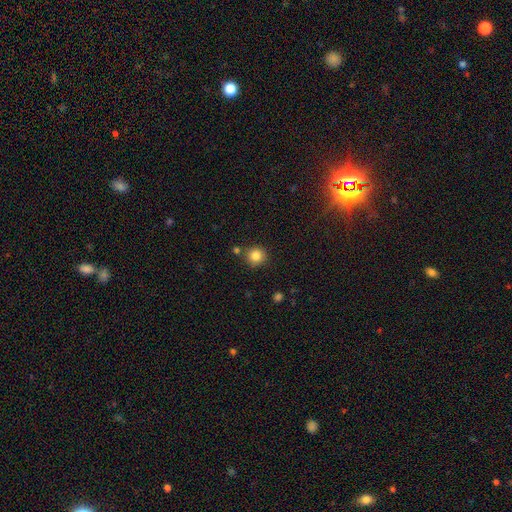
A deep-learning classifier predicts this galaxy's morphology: The model was most divided on "merging": none: 82%, minor disturbance: 9%, merger: 7%, major disturbance: 3%. More confident: how rounded — round (92%); smooth or featured — smooth (84%).